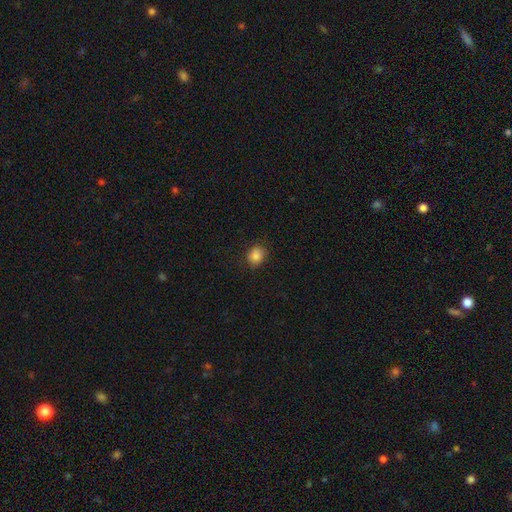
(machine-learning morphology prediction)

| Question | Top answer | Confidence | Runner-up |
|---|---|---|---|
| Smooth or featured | smooth | 85% | star or artifact (11%) |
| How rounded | round | 67% | in between (32%) |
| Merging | none | 83% | minor disturbance (13%) |